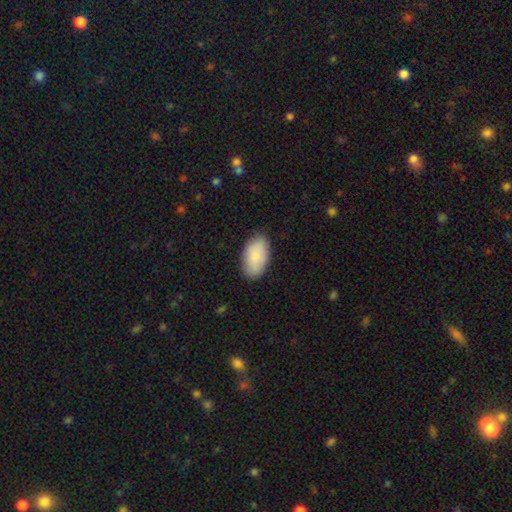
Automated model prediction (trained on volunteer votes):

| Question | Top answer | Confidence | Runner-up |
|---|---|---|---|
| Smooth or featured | smooth | 85% | featured or disk (9%) |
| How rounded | in between | 95% | round (4%) |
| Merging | none | 85% | minor disturbance (12%) |